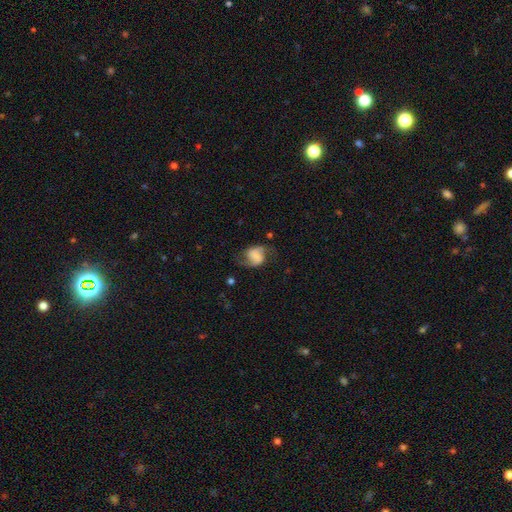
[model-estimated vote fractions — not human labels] smooth_or_featured: featured or disk (p=0.53) [alt: smooth p=0.37]
disk_edge_on: no (p=0.97) [alt: yes p=0.03]
bar: no (p=0.41) [alt: weak p=0.36]
has_spiral_arms: yes (p=0.86) [alt: no p=0.14]
bulge_size: none (p=0.46) [alt: large p=0.16]
merging: none (p=0.57) [alt: minor disturbance p=0.23]